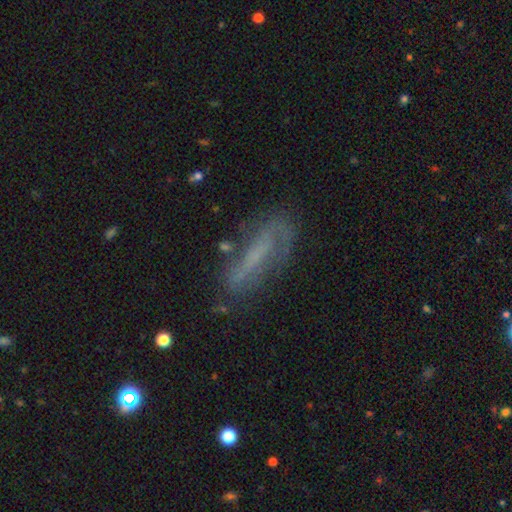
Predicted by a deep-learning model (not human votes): This appears to be a featured or disk galaxy (55%). Merging: none (64%).